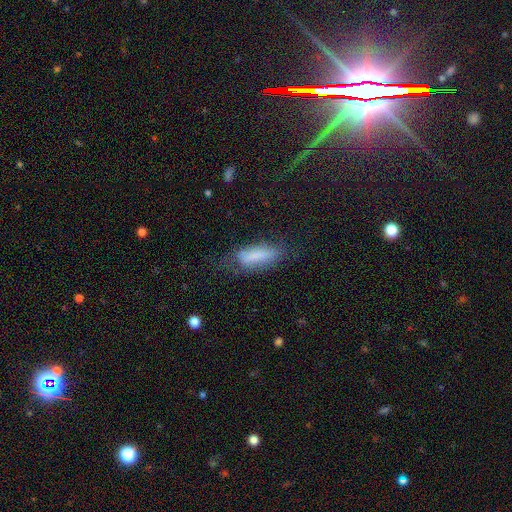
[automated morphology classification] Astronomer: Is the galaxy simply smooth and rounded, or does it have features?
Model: smooth — 69%.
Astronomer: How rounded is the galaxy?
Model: in between — 55% (runner-up: cigar-shaped, 43%).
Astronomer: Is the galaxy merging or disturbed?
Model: none — 50% (runner-up: minor disturbance, 29%).